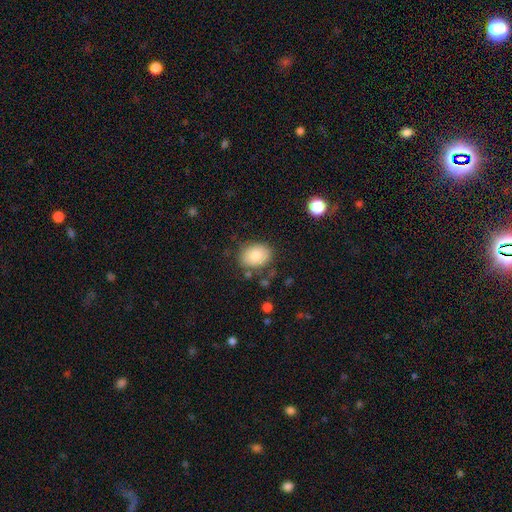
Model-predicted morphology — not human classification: smooth-or-featured: smooth: 80% | featured or disk: 12% | star or artifact: 8%
  how-rounded: in between: 61% | round: 38% | cigar-shaped: 1%
  merging: none: 78% | minor disturbance: 14% | major disturbance: 4% | merger: 3%